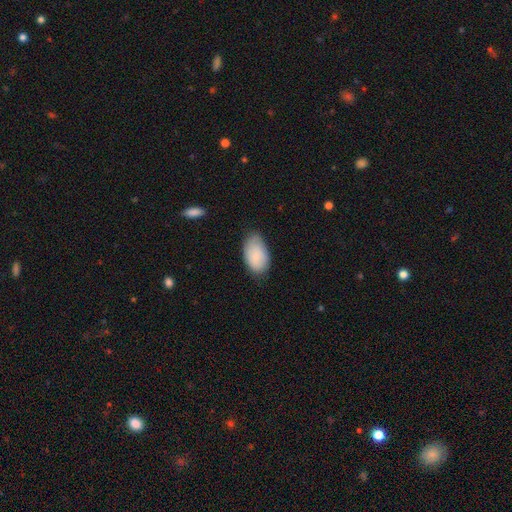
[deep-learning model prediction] Q: Smooth or featured?
A: smooth (85%); runner-up: featured or disk (9%)
Q: How rounded?
A: in between (94%); runner-up: round (4%)
Q: Merging?
A: none (67%); runner-up: minor disturbance (27%)